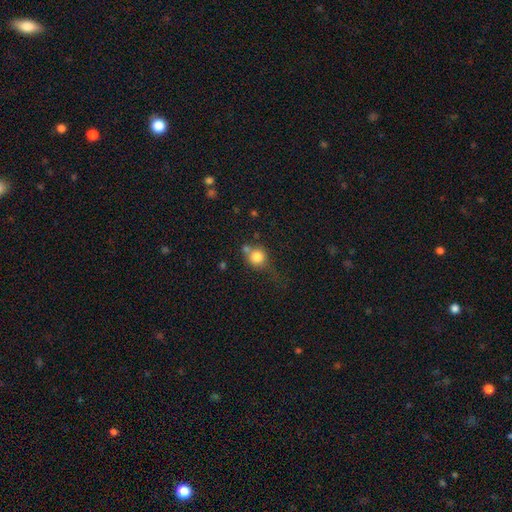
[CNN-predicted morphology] Smooth or featured: smooth — 78% (star or artifact — 12%)
How rounded: round — 86% (in between — 13%)
Merging: none — 47% (merger — 22%)